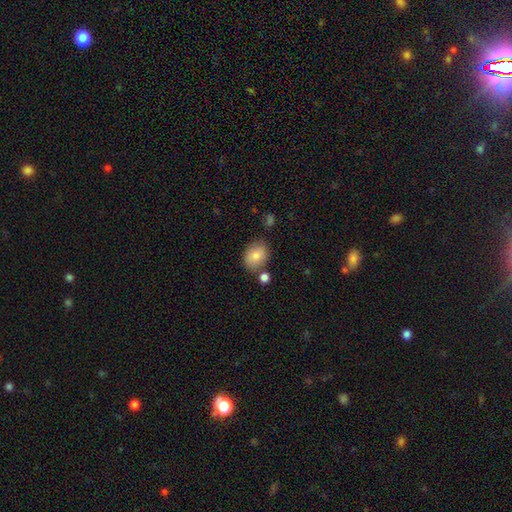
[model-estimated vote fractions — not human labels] Q: Smooth or featured?
A: smooth (81%); runner-up: featured or disk (11%)
Q: How rounded?
A: in between (60%); runner-up: round (38%)
Q: Merging?
A: none (73%); runner-up: minor disturbance (14%)